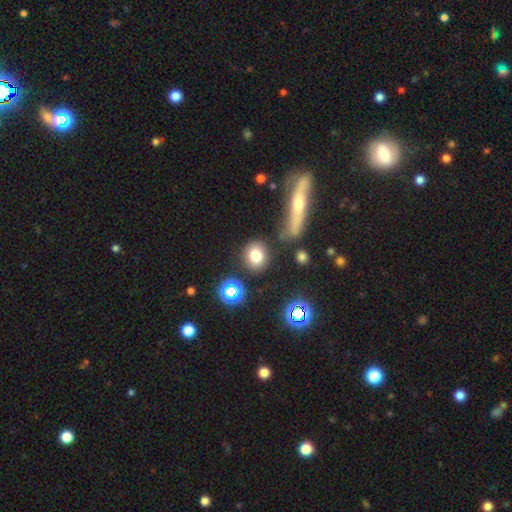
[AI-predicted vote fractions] This appears to be a smooth galaxy with no disk features (75%) that is round (79%). Merging: none (80%).